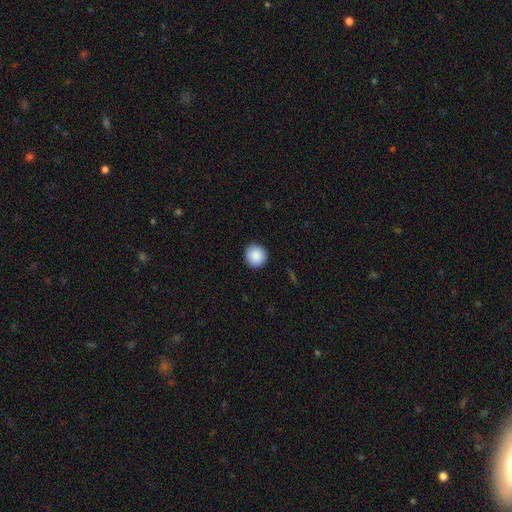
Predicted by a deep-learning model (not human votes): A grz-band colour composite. It shows a smooth galaxy with no disk features (89%) that is round (93%). Merging: none (92%).